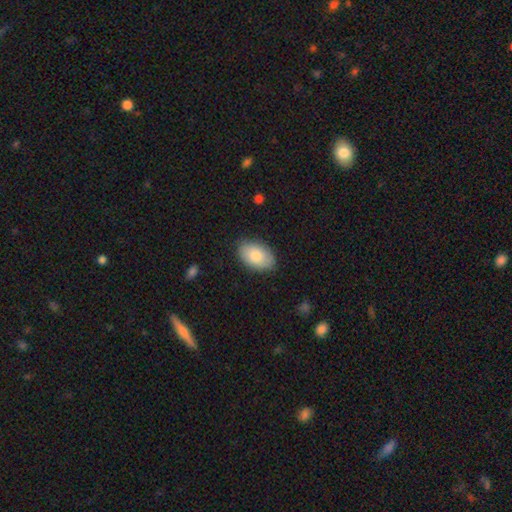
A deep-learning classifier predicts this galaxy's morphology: Smooth or featured? smooth (80%)
How rounded? in between (92%)
Merging? none (83%)